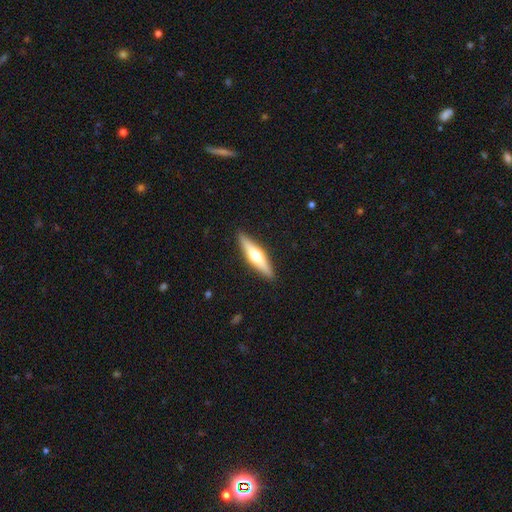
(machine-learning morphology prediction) type=featured or disk (55%); edge-on=yes (95%); edge-on bulge=rounded (93%); merging=none (90%).